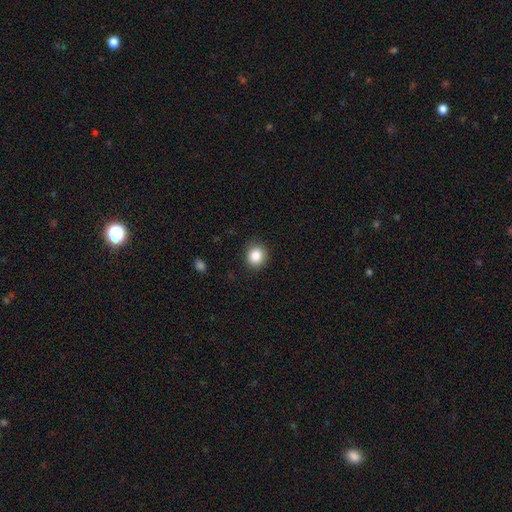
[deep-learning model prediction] smooth-or-featured: smooth: 86% | star or artifact: 9% | featured or disk: 5%
  how-rounded: round: 82% | in between: 17% | cigar-shaped: 1%
  merging: none: 88% | minor disturbance: 8% | major disturbance: 2% | merger: 1%